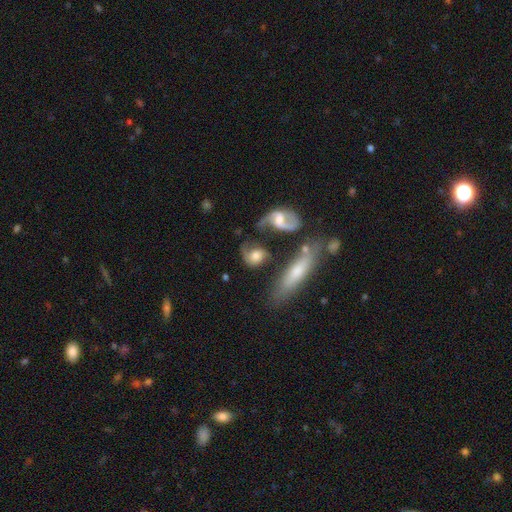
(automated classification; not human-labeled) Morphology: type=smooth (48%); merging=none (38%).